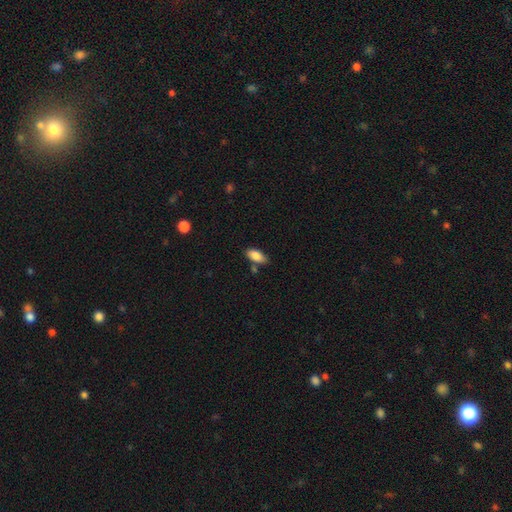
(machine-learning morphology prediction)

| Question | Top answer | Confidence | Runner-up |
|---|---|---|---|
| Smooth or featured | smooth | 86% | featured or disk (7%) |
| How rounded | in between | 89% | cigar-shaped (9%) |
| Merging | none | 74% | minor disturbance (16%) |